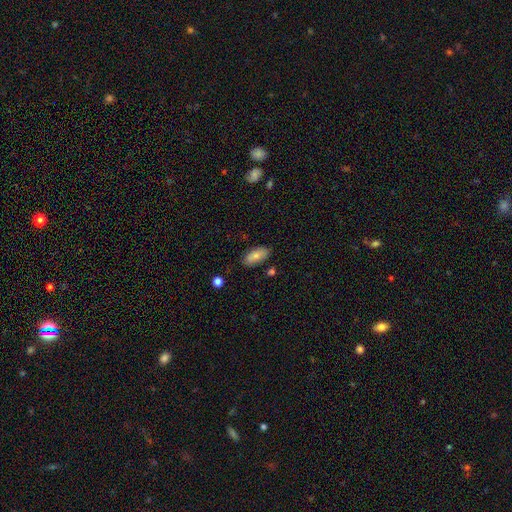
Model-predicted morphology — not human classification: type=smooth (75%); roundness=in between (91%); merging=none (81%).